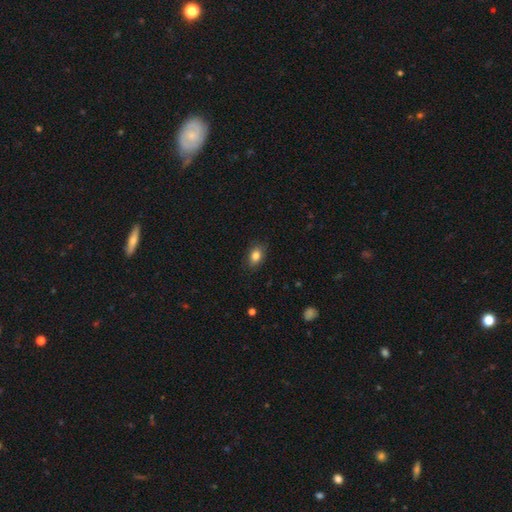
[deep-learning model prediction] Overall: smooth (84%). How rounded: in between (79%). Merging: none (84%).